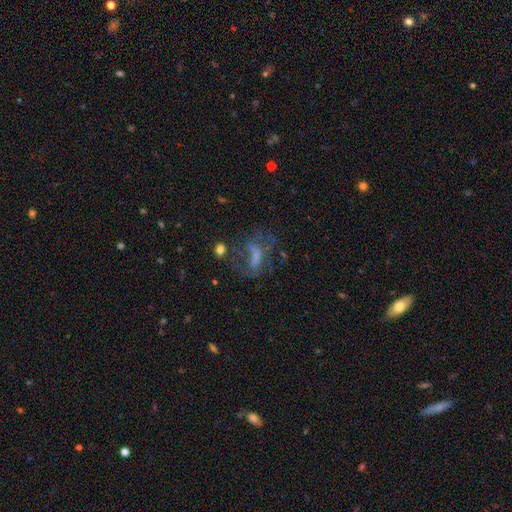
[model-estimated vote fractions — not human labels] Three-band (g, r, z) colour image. It shows a featured or disk galaxy (46%). Merging: major disturbance (38%, tied with none).